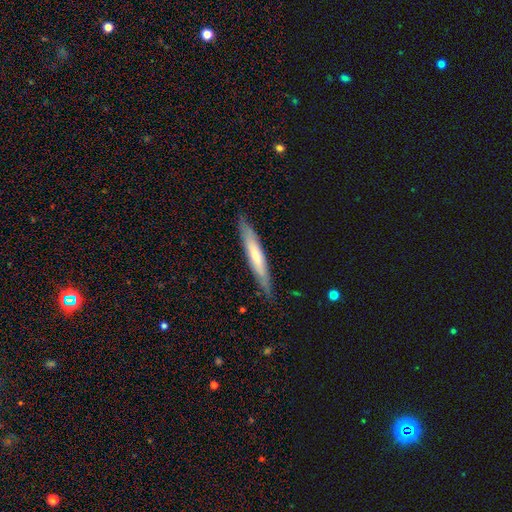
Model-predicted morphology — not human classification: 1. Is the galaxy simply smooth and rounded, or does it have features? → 48% featured or disk, 47% smooth, 5% star or artifact.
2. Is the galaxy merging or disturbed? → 85% none, 12% minor disturbance, 2% major disturbance, 1% merger.